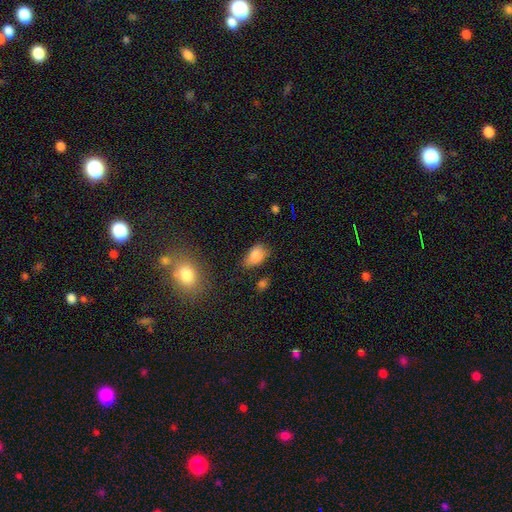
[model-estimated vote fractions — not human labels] Overall: smooth (82%). How rounded: in between (90%). Merging: none (57%; minor disturbance 31%).